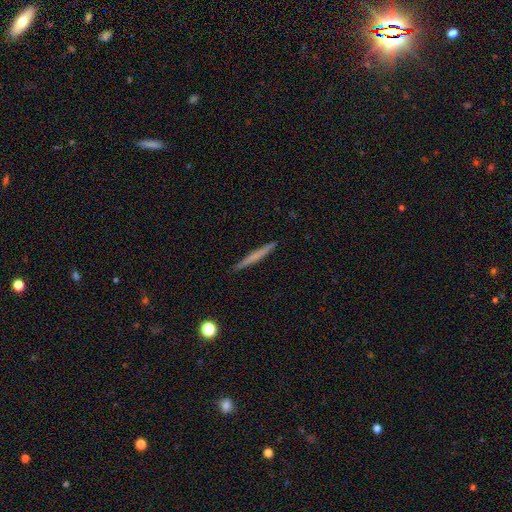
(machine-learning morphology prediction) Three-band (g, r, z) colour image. It shows a smooth galaxy with no disk features (55%) that is cigar-shaped (96%). Merging: none (91%).